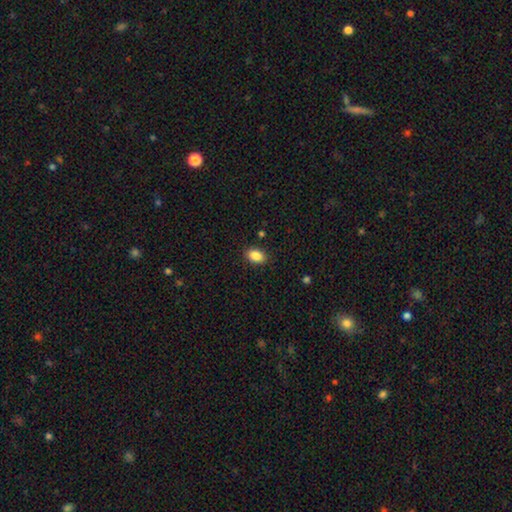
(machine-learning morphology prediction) smooth_or_featured: smooth (p=0.87) [alt: star or artifact p=0.08]
how_rounded: in between (p=0.85) [alt: round p=0.13]
merging: none (p=0.88) [alt: minor disturbance p=0.09]